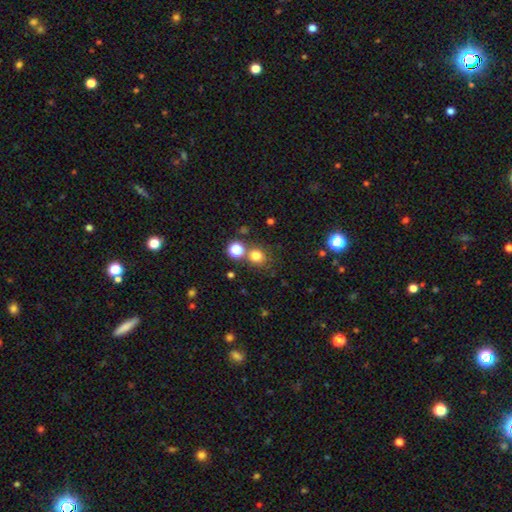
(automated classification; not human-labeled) Smooth or featured? Predicted: smooth (p=0.76). How rounded? Predicted: round (p=0.84). Merging? Predicted: none (p=0.68).